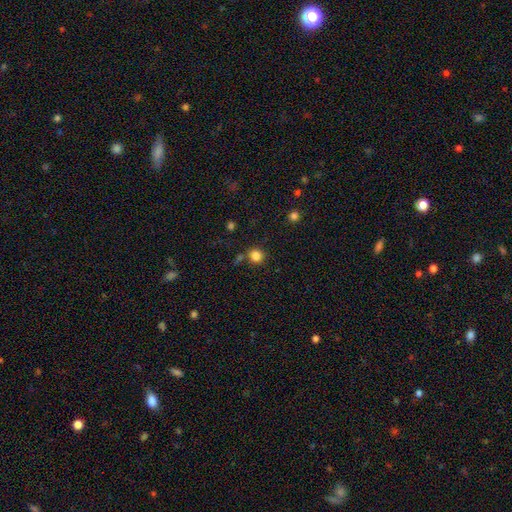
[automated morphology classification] smooth-or-featured: smooth: 84% | star or artifact: 12% | featured or disk: 5%
  how-rounded: round: 87% | in between: 12% | cigar-shaped: 1%
  merging: none: 77% | minor disturbance: 10% | merger: 9% | major disturbance: 4%